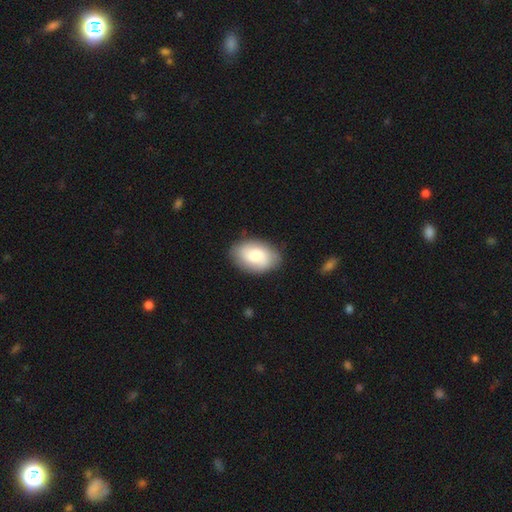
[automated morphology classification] The model was most divided on "smooth or featured": smooth: 69%, featured or disk: 25%, star or artifact: 6%. More confident: how rounded — in between (84%); merging — none (82%).